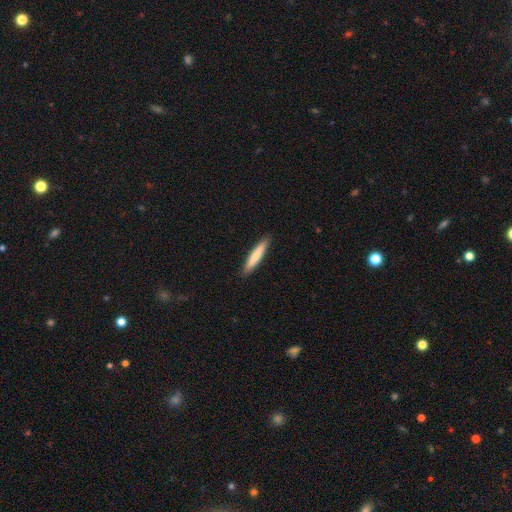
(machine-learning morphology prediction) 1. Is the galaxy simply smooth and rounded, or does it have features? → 77% smooth, 18% featured or disk, 5% star or artifact.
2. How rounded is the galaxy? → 93% cigar-shaped, 6% in between, 1% round.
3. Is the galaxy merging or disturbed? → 91% none, 7% minor disturbance, 1% major disturbance, 1% merger.